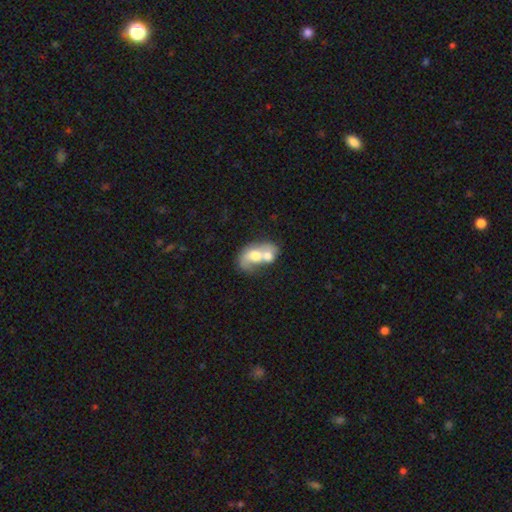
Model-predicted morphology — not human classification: Q: Smooth or featured?
A: smooth (47%); runner-up: featured or disk (46%)
Q: Merging?
A: merger (75%); runner-up: none (10%)